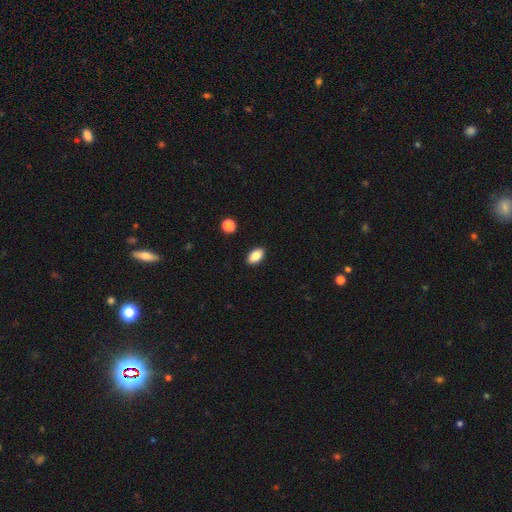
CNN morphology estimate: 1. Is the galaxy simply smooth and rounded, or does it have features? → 85% smooth, 8% star or artifact, 7% featured or disk.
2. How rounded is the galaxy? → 91% in between, 6% round, 2% cigar-shaped.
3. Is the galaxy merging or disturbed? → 90% none, 7% minor disturbance, 2% major disturbance, 1% merger.